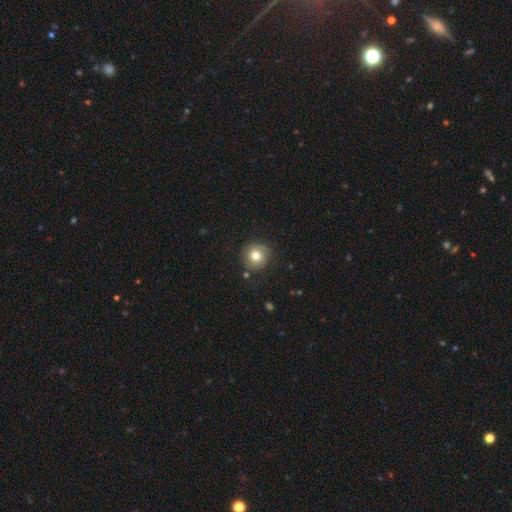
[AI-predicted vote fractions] Smooth or featured? smooth (71%)
How rounded? round (92%)
Merging? none (80%)